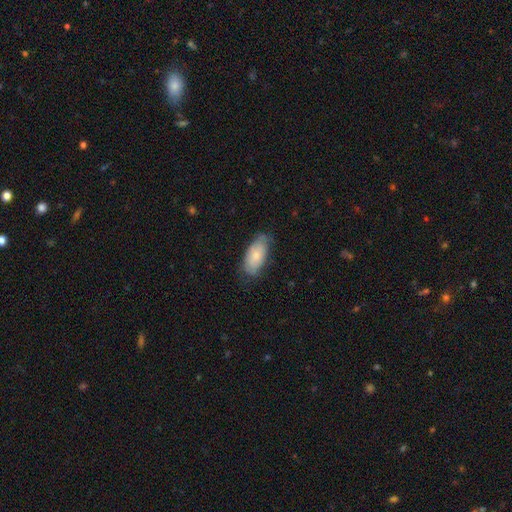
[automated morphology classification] The model was most divided on "merging": none: 66%, minor disturbance: 27%, major disturbance: 6%, merger: 1%. More confident: how rounded — in between (92%); smooth or featured — smooth (75%).